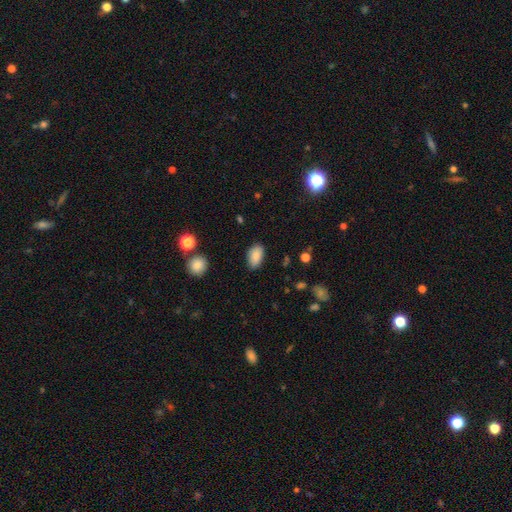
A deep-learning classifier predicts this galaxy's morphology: type=smooth (87%); roundness=in between (92%); merging=none (84%).